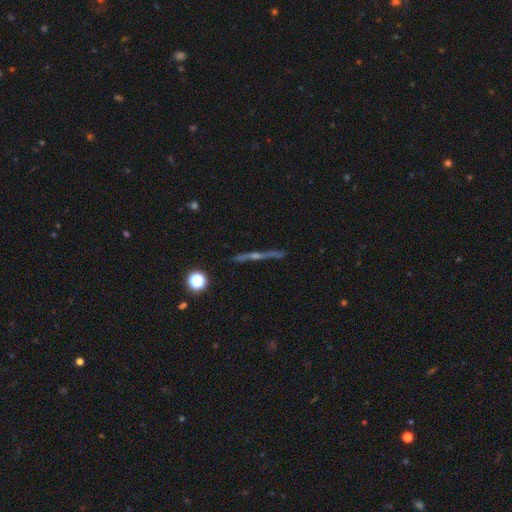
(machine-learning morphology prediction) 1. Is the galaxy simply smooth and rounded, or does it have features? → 74% featured or disk, 15% smooth, 11% star or artifact.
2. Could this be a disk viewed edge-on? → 97% yes, 3% no.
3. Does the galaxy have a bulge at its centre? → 75% rounded, 17% none, 8% boxy.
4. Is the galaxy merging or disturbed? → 89% none, 7% minor disturbance, 2% merger, 2% major disturbance.